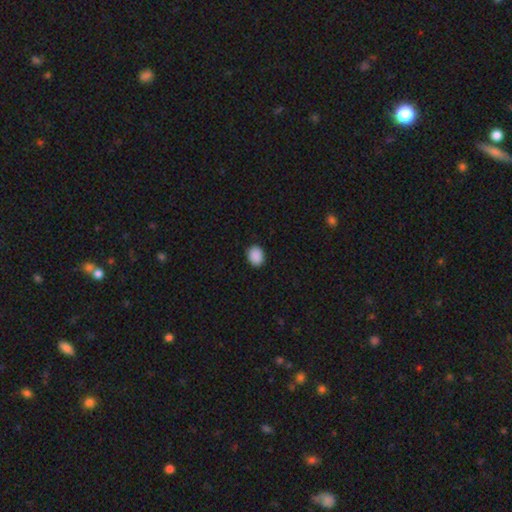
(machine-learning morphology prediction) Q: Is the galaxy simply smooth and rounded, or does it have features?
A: smooth — 90%.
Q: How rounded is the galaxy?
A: in between — 52%.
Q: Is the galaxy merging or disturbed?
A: none — 90%.